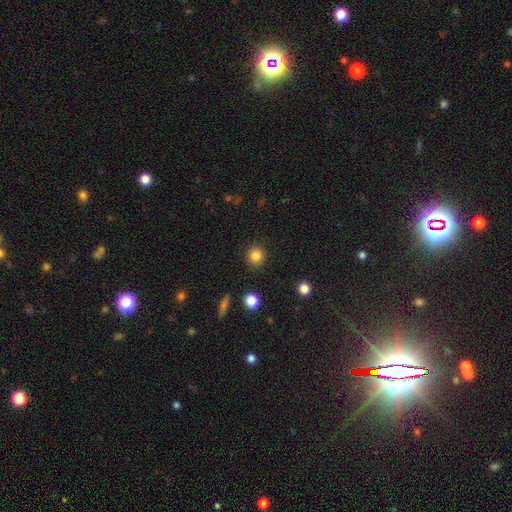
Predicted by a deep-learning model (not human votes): smooth_or_featured: smooth (p=0.85) [alt: star or artifact p=0.11]
how_rounded: round (p=0.90) [alt: in between p=0.09]
merging: none (p=0.89) [alt: minor disturbance p=0.07]